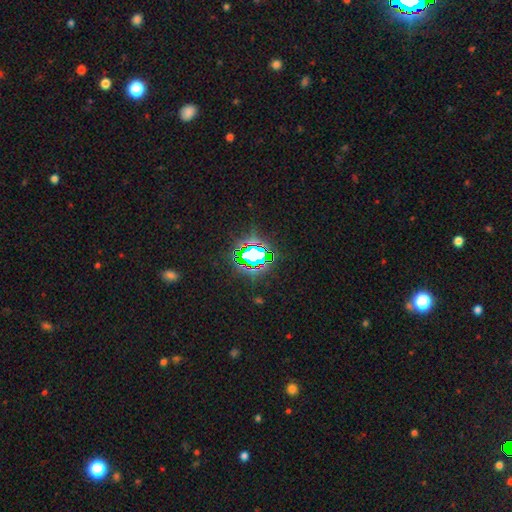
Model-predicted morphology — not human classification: A star or artifact, not a galaxy (73%).